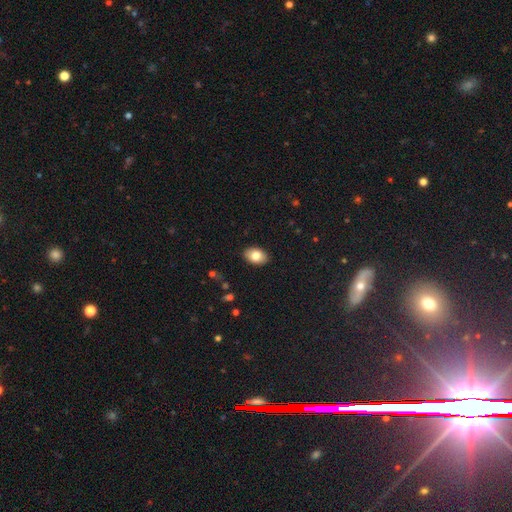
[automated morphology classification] The model was most divided on "smooth or featured": smooth: 82%, featured or disk: 11%, star or artifact: 7%. More confident: merging — none (89%); how rounded — in between (87%).